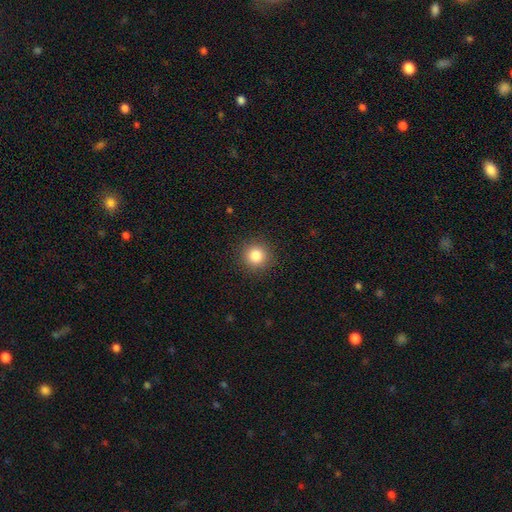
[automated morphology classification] Q: Smooth or featured?
A: smooth (83%); runner-up: star or artifact (11%)
Q: How rounded?
A: round (94%); runner-up: in between (5%)
Q: Merging?
A: none (91%); runner-up: minor disturbance (6%)